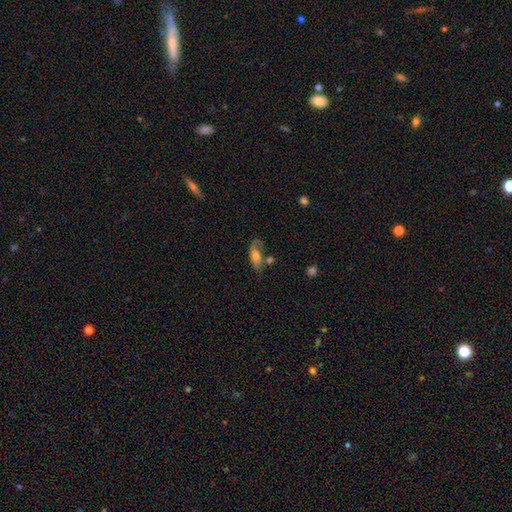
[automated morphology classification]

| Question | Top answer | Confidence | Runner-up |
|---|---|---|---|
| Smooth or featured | smooth | 55% | featured or disk (38%) |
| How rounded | in between | 75% | cigar-shaped (20%) |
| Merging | none | 45% | minor disturbance (25%) |